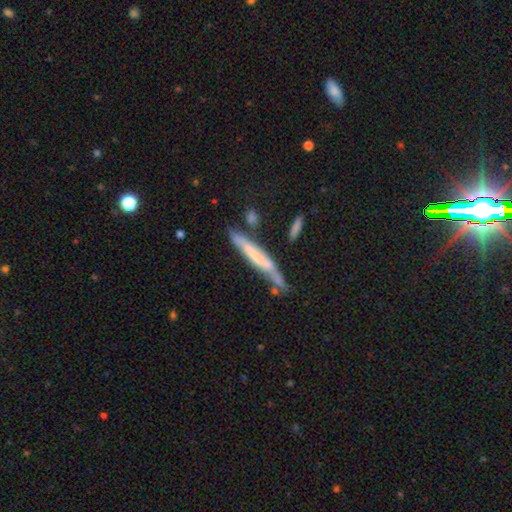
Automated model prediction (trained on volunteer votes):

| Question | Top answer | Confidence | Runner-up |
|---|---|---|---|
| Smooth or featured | featured or disk | 54% | smooth (39%) |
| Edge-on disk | yes | 83% | no (17%) |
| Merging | none | 58% | minor disturbance (24%) |